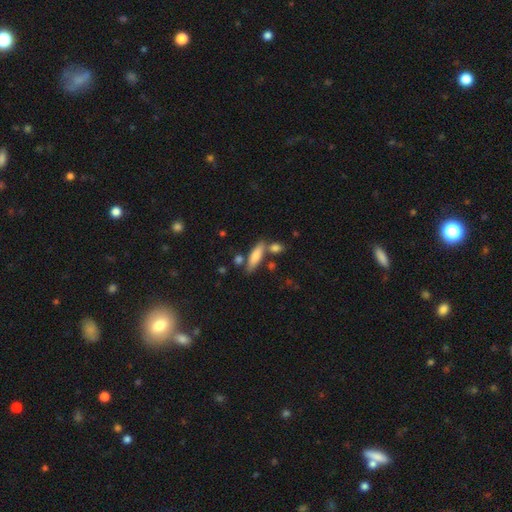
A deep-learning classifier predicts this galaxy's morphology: Q: Smooth or featured?
A: smooth (73%); runner-up: featured or disk (20%)
Q: How rounded?
A: cigar-shaped (59%); runner-up: in between (38%)
Q: Merging?
A: none (69%); runner-up: merger (14%)